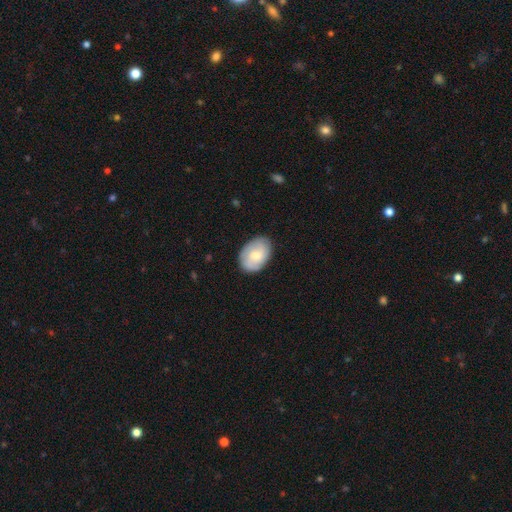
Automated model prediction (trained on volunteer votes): Smooth or featured? smooth (60%)
How rounded? in between (81%)
Merging? none (81%)